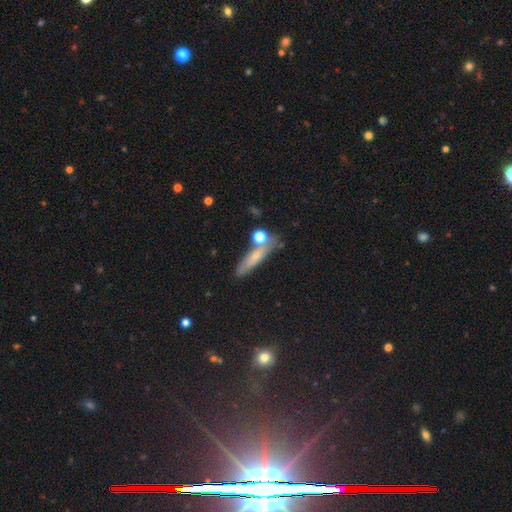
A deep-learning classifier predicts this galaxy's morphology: smooth 54%, featured or disk 33%, star or artifact 13%. Down the decision tree: how rounded — cigar-shaped (71%); merging — none (68%).